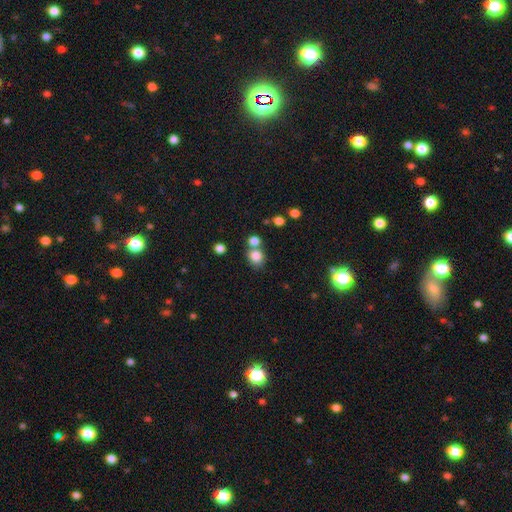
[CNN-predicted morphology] smooth_or_featured: smooth (p=0.82) [alt: star or artifact p=0.11]
how_rounded: round (p=0.74) [alt: in between p=0.25]
merging: none (p=0.60) [alt: merger p=0.27]